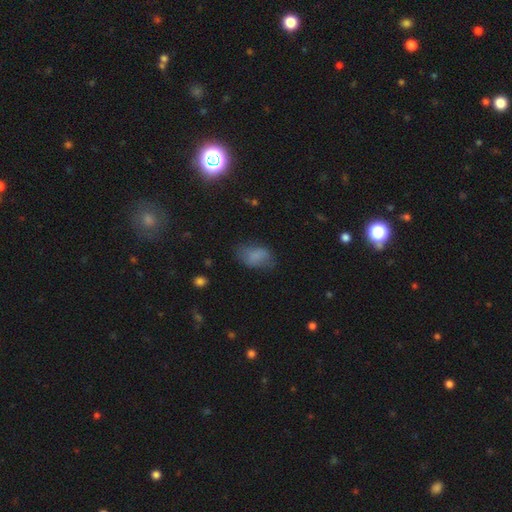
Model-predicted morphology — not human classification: smooth 75%, featured or disk 14%, star or artifact 11%. Down the decision tree: how rounded — in between (88%); merging — none (57%).